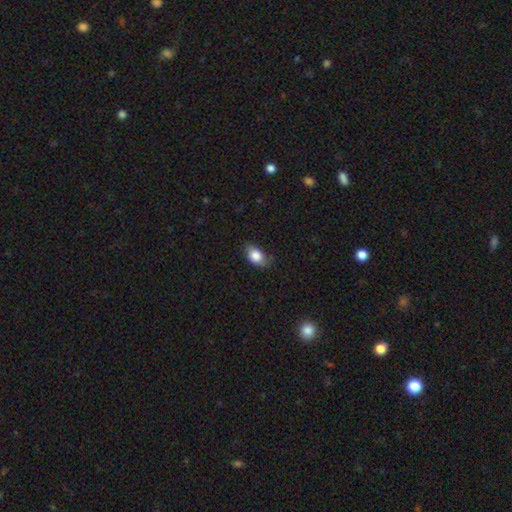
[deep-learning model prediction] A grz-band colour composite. It shows a smooth galaxy with no disk features (83%) that is in between round and cigar-shaped (83%). Merging: none (63%).